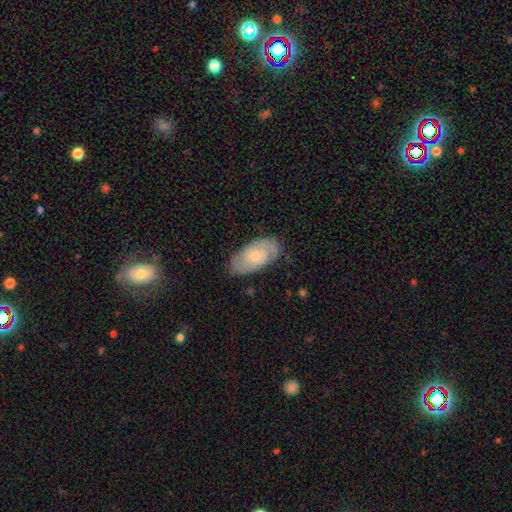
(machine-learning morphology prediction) smooth-or-featured: featured or disk: 62% | smooth: 32% | star or artifact: 6%
  disk-edge-on: no: 94% | yes: 6%
    bar: no: 66% | weak: 29% | strong: 5%
    has-spiral-arms: yes: 89% | no: 11%
      spiral-winding: tight: 48% | medium: 40% | loose: 12%
      spiral-arm-count: 2: 73% | can't tell: 17% | 3: 4% | 1: 3% | 4: 1% | more than 4: 1%
    bulge-size: small: 59% | moderate: 32% | none: 5% | large: 3% | dominant: 1%
  merging: none: 77% | minor disturbance: 18% | major disturbance: 5% | merger: 1%